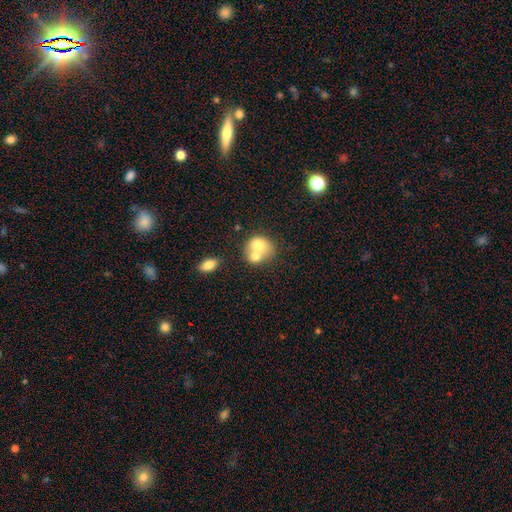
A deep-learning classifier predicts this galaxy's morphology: Q: Smooth or featured?
A: smooth (67%); runner-up: featured or disk (24%)
Q: How rounded?
A: round (62%); runner-up: in between (37%)
Q: Merging?
A: merger (67%); runner-up: none (22%)